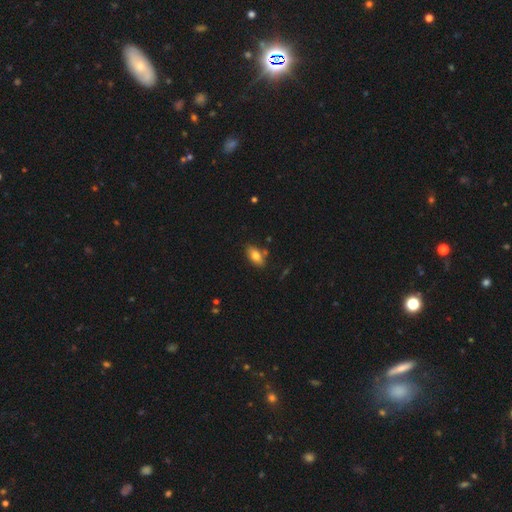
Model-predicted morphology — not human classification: Smooth or featured?
  - smooth: 78% *
  - featured or disk: 14%
  - star or artifact: 8%
How rounded?
  - in between: 90% *
  - cigar-shaped: 6%
  - round: 5%
Merging?
  - none: 80% *
  - minor disturbance: 13%
  - merger: 5%
  - major disturbance: 3%